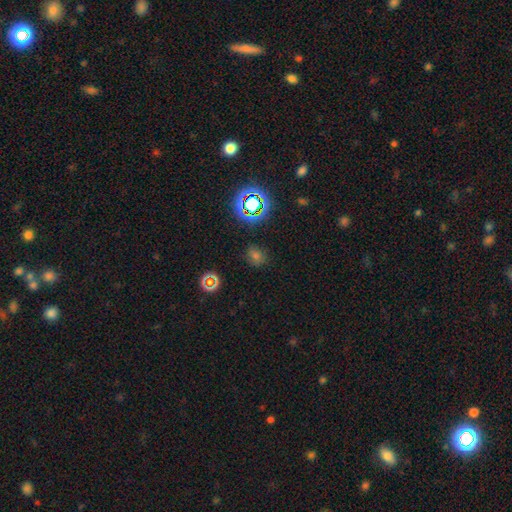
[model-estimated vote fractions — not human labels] A smooth galaxy with no disk features (54%) that is round (58%).

Vote fractions:
- Smooth or featured? smooth: 54% / star or artifact: 38% / featured or disk: 8%
- How rounded? round: 58% / in between: 40% / cigar-shaped: 2%
- Merging? none: 83% / minor disturbance: 11% / major disturbance: 4% / merger: 2%